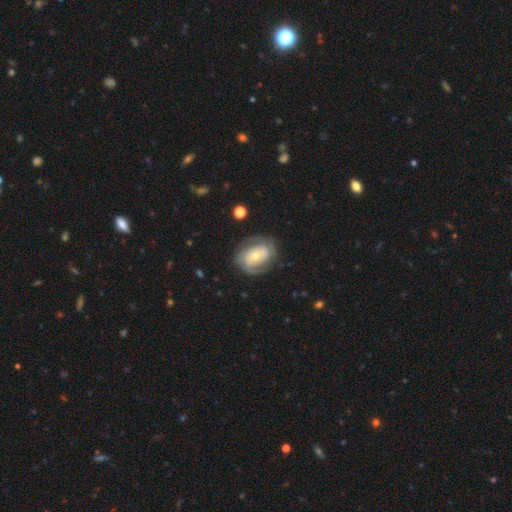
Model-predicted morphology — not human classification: A featured or disk galaxy (68%) with no bar (71%), spiral arms (73%) and a moderate central bulge (55%). Merging: none (66%).